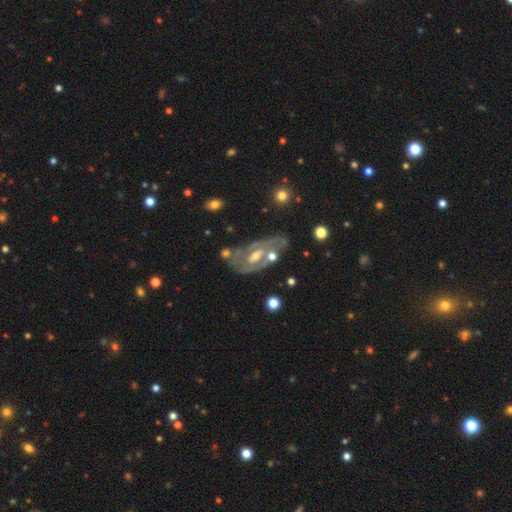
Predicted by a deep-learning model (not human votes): The model was most divided on "bar": weak: 42%, no: 40%, strong: 17%. Remaining: edge-on disk — no (91%); smooth or featured — featured or disk (80%); spiral arms — yes (72%); merging — none (55%); bulge size — moderate (52%); spiral winding — tight (47%); spiral arm count — 2 (45%).